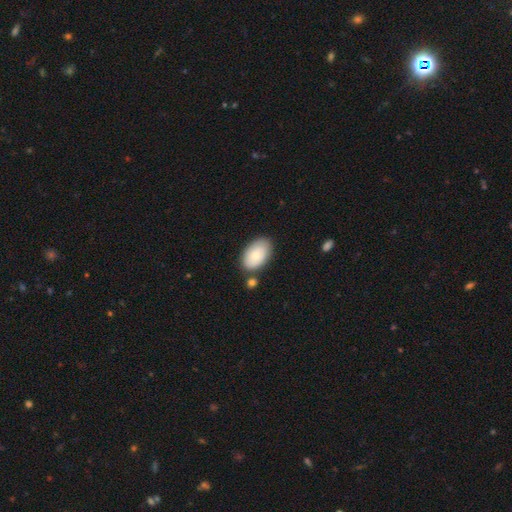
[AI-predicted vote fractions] A smooth galaxy with no disk features (76%) that is in between round and cigar-shaped (93%).

Vote fractions:
- Smooth or featured? smooth: 76% / featured or disk: 18% / star or artifact: 6%
- How rounded? in between: 93% / round: 6% / cigar-shaped: 1%
- Merging? none: 75% / minor disturbance: 15% / merger: 7% / major disturbance: 3%